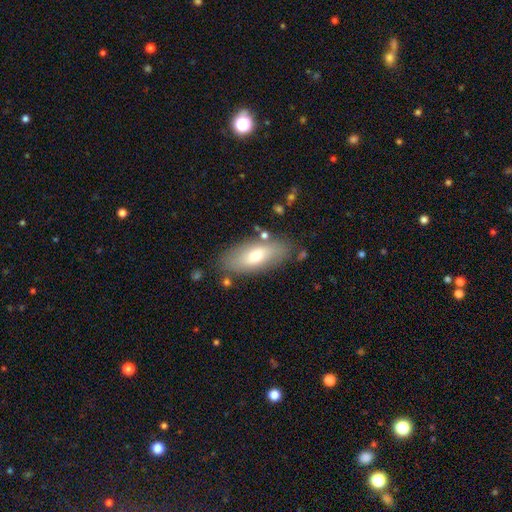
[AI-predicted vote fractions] This appears to be a smooth galaxy with no disk features (65%) that is in between round and cigar-shaped (85%). Merging: none (80%).